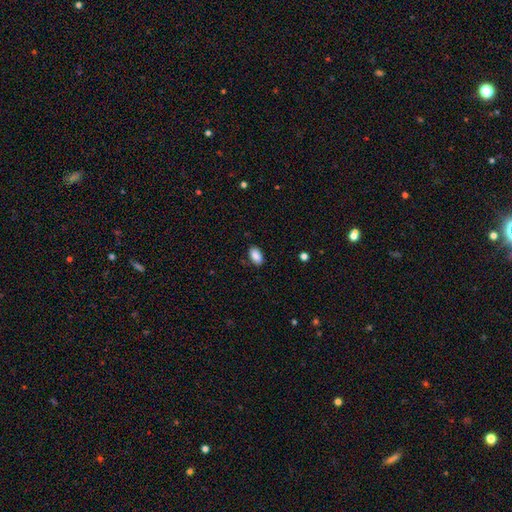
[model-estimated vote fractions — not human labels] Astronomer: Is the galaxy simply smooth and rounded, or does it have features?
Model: smooth — 89%.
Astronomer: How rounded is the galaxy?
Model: in between — 93%.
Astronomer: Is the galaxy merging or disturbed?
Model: none — 86%.